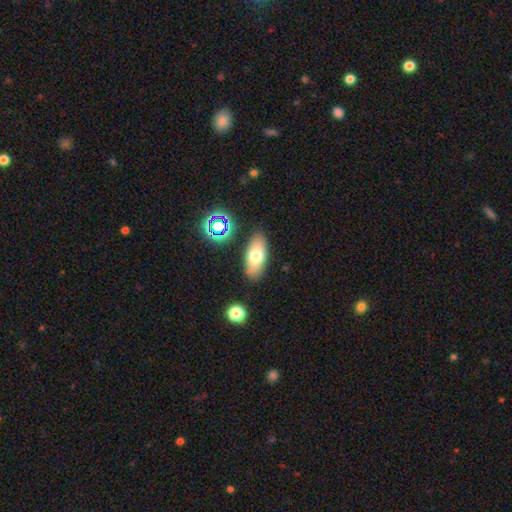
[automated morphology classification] A smooth galaxy with no disk features (71%) that is in between round and cigar-shaped (87%). Merging: none (84%).